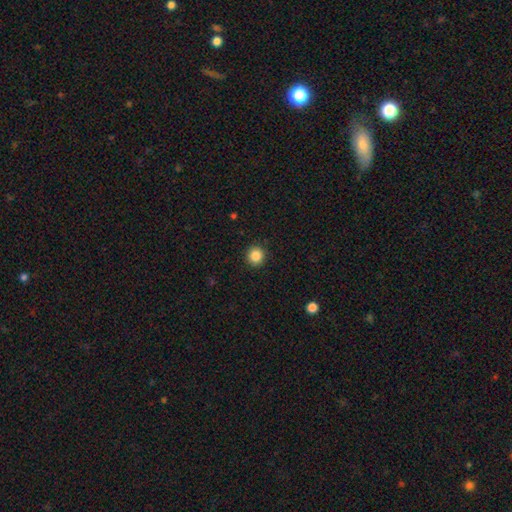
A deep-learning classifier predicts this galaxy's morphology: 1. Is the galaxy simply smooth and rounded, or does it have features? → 86% smooth, 10% star or artifact, 4% featured or disk.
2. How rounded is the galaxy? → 93% round, 6% in between, 1% cigar-shaped.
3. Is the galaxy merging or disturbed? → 92% none, 5% minor disturbance, 2% major disturbance, 1% merger.